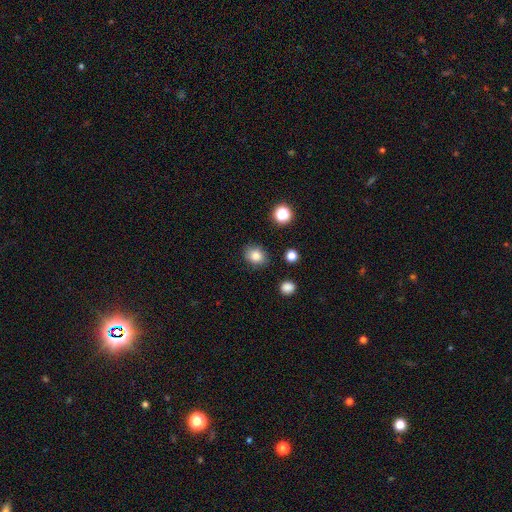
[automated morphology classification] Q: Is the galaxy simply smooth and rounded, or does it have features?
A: smooth — 83%.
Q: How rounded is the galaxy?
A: round — 53%.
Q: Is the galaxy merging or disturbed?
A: none — 84%.